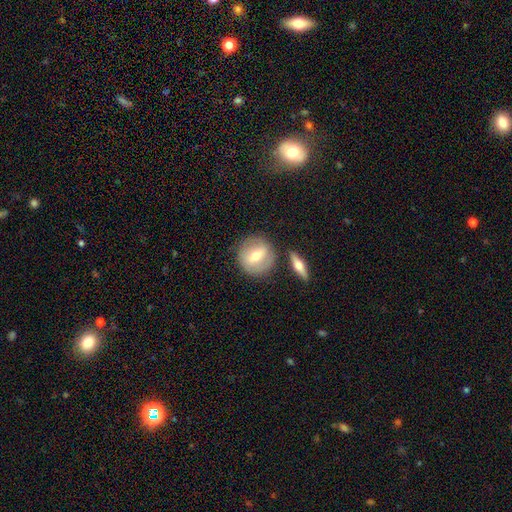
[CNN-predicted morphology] smooth-or-featured: smooth: 53% | featured or disk: 40% | star or artifact: 7%
  how-rounded: round: 88% | in between: 10% | cigar-shaped: 2%
  merging: none: 77% | minor disturbance: 11% | merger: 9% | major disturbance: 3%